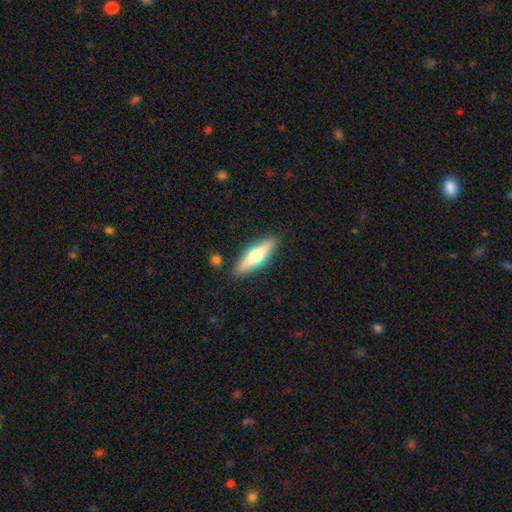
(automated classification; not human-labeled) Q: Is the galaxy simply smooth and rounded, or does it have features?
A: featured or disk — 51%.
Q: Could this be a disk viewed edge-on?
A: yes — 91%.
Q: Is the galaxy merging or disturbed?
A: none — 88%.